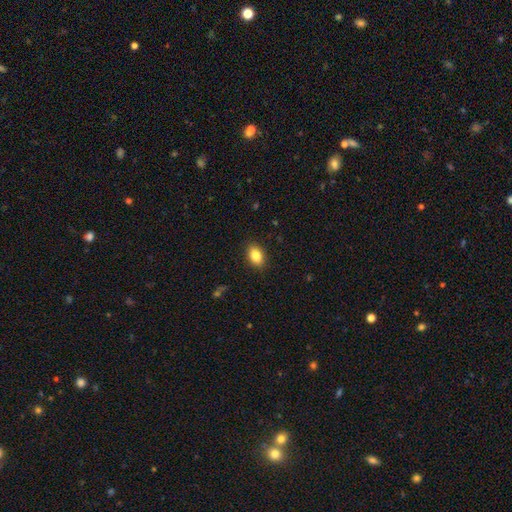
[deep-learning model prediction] The model was most divided on "how rounded": in between: 86%, round: 13%, cigar-shaped: 2%. More confident: merging — none (88%); smooth or featured — smooth (85%).